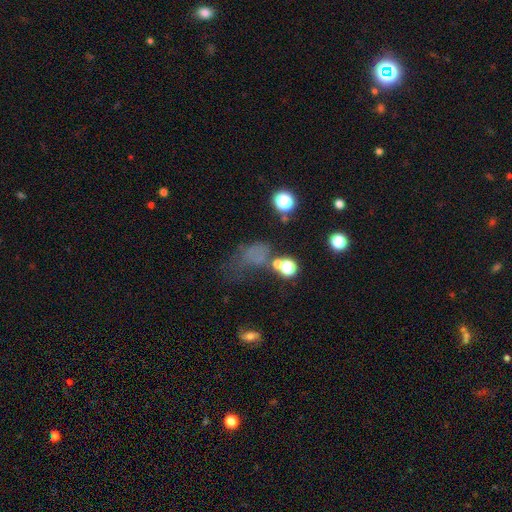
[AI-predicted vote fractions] The model was most divided on "merging": major disturbance: 39%, none: 29%, minor disturbance: 22%, merger: 11%. Remaining: smooth or featured — smooth (49%).